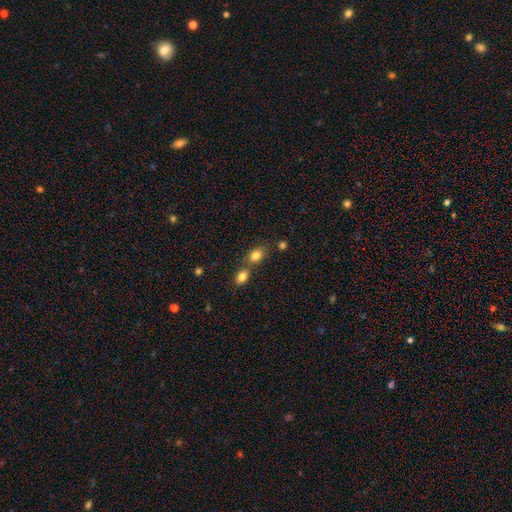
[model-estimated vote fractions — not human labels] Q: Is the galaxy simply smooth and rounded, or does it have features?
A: smooth — 82%.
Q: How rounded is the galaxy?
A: in between — 63%.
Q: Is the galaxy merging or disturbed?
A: none — 49%.